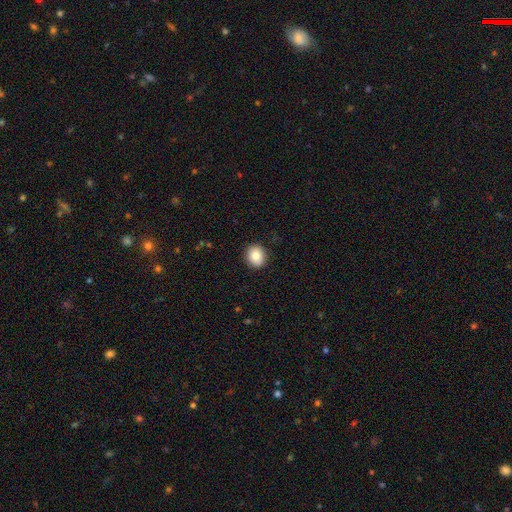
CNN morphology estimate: This appears to be a smooth galaxy with no disk features (81%) that is round (74%). Merging: none (90%).